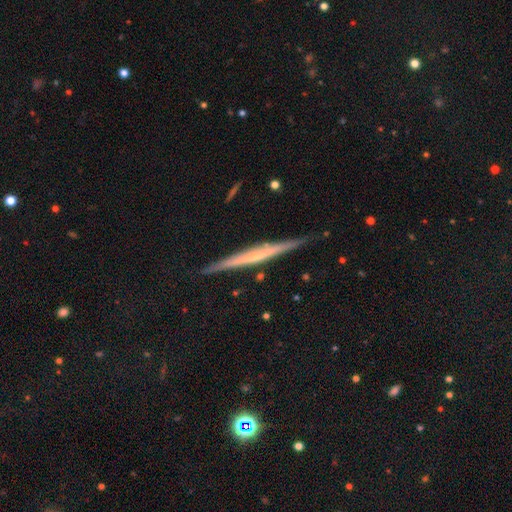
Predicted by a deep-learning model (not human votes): This is likely a featured or disk galaxy (68%). It is clearly viewed edge-on (97%). Edge-on bulge: likely none (69%). Merging: clearly none (87%).